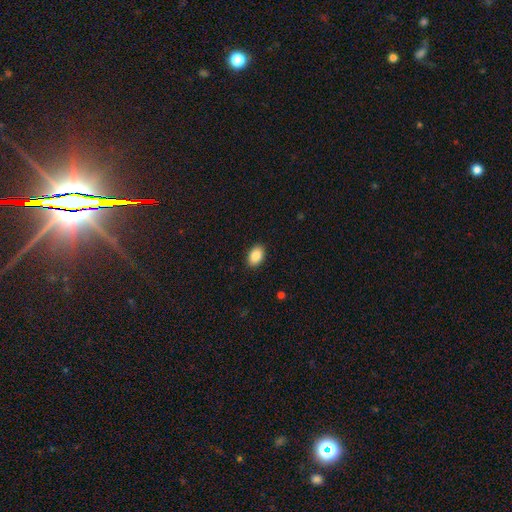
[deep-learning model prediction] Q: Smooth or featured?
A: smooth (88%); runner-up: star or artifact (8%)
Q: How rounded?
A: in between (87%); runner-up: round (11%)
Q: Merging?
A: none (89%); runner-up: minor disturbance (8%)